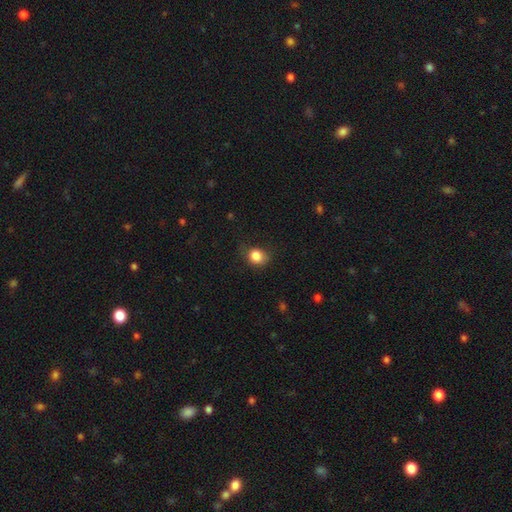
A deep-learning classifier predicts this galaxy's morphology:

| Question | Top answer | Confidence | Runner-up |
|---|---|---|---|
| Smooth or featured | smooth | 84% | star or artifact (11%) |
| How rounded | round | 65% | in between (34%) |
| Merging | none | 66% | minor disturbance (25%) |